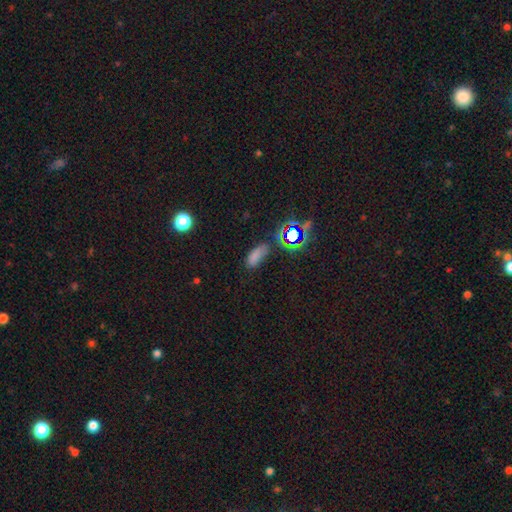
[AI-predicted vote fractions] This is likely a smooth galaxy (68%). How rounded: likely in between (75%). Merging: likely none (61%).